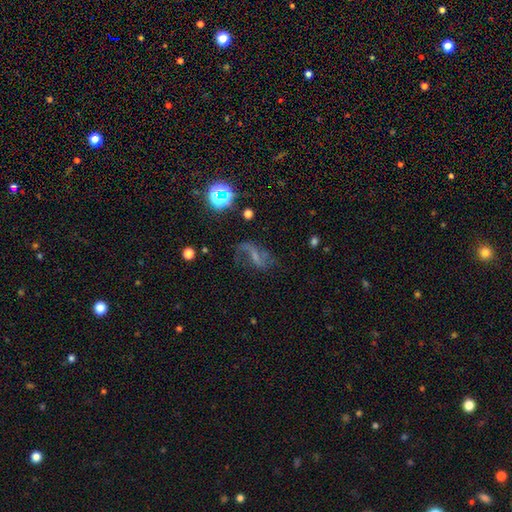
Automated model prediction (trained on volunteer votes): smooth_or_featured: featured or disk (p=0.62) [alt: star or artifact p=0.20]
disk_edge_on: no (p=0.95) [alt: yes p=0.05]
bar: weak (p=0.42) [alt: strong p=0.30]
has_spiral_arms: yes (p=0.83) [alt: no p=0.17]
bulge_size: none (p=0.48) [alt: small p=0.32]
merging: none (p=0.53) [alt: major disturbance p=0.23]